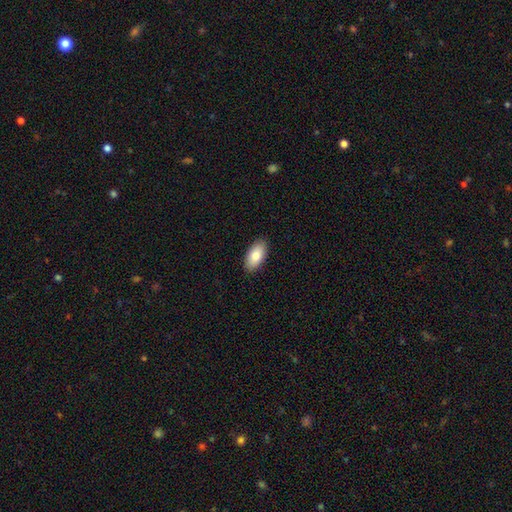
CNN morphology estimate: This appears to be a smooth galaxy with no disk features (84%) that is in between round and cigar-shaped (94%). Merging: none (89%).